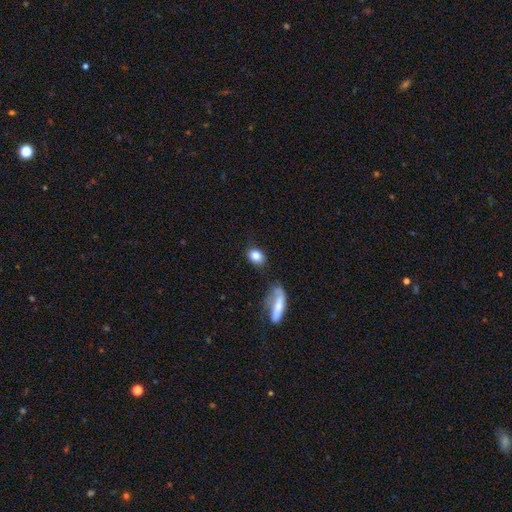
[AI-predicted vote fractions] Smooth or featured? Predicted: smooth (p=0.83). How rounded? Predicted: in between (p=0.64). Merging? Predicted: none (p=0.72).